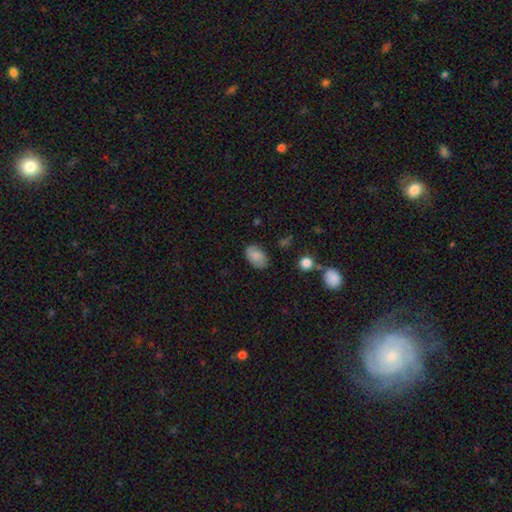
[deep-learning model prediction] Smooth or featured?
  - smooth: 76% *
  - featured or disk: 15%
  - star or artifact: 9%
How rounded?
  - in between: 87% *
  - round: 12%
  - cigar-shaped: 1%
Merging?
  - none: 73% *
  - minor disturbance: 20%
  - major disturbance: 5%
  - merger: 2%